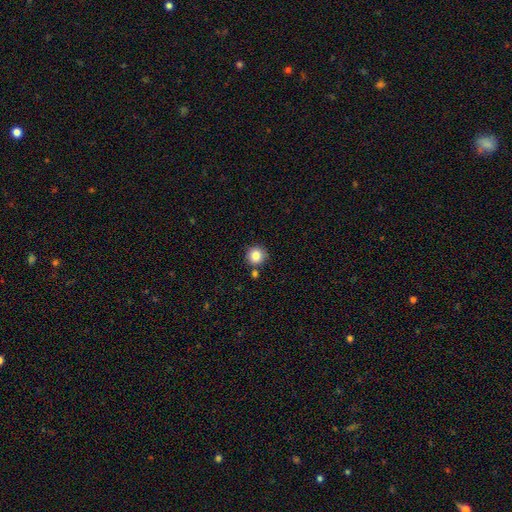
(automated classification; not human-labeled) Smooth or featured? Predicted: smooth (p=0.85). How rounded? Predicted: round (p=0.94). Merging? Predicted: none (p=0.79).